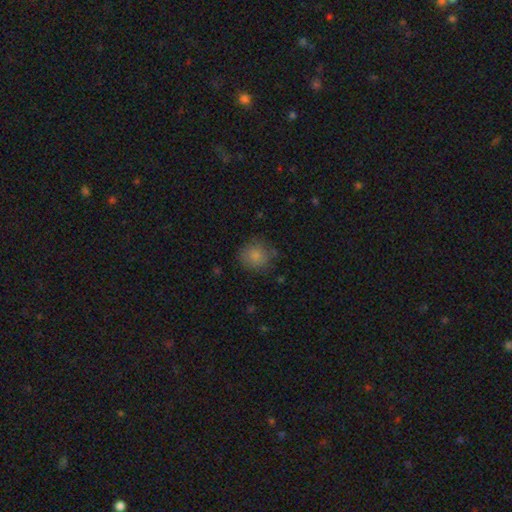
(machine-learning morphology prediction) This appears to be a smooth galaxy with no disk features (83%) that is round (86%). Merging: none (77%).